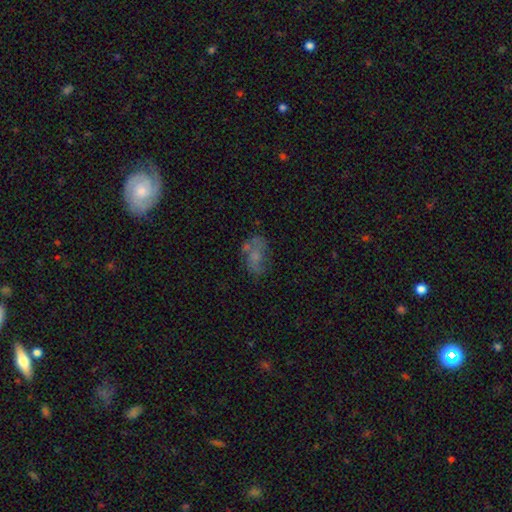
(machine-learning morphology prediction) This appears to be a smooth galaxy with no disk features (45%). Merging: none (45%).